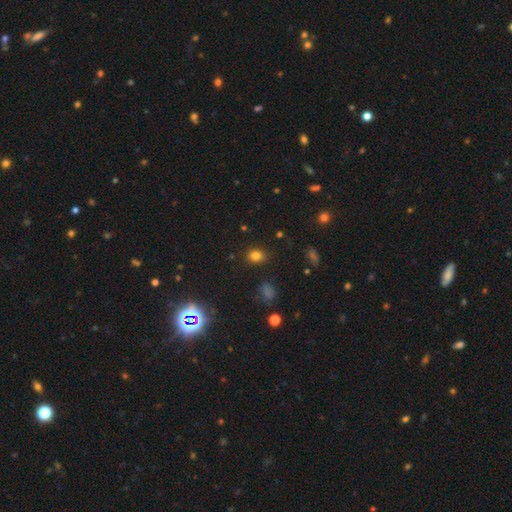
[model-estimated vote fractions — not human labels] Q: Smooth or featured?
A: smooth (78%); runner-up: star or artifact (16%)
Q: How rounded?
A: round (53%); runner-up: in between (46%)
Q: Merging?
A: none (85%); runner-up: minor disturbance (10%)